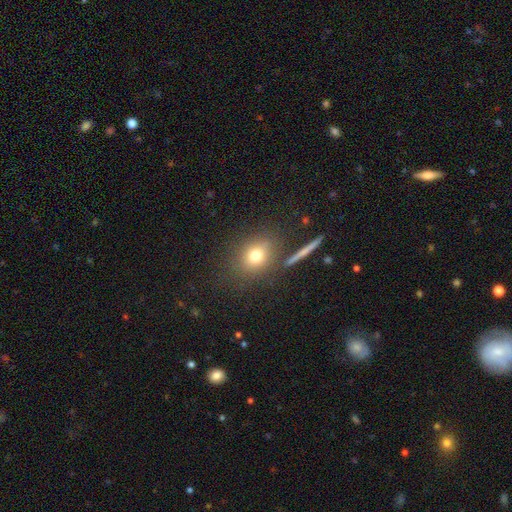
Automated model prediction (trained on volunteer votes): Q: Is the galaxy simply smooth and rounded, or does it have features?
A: smooth — 74%.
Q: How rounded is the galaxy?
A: round — 63%.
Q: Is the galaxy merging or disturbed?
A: none — 77%.